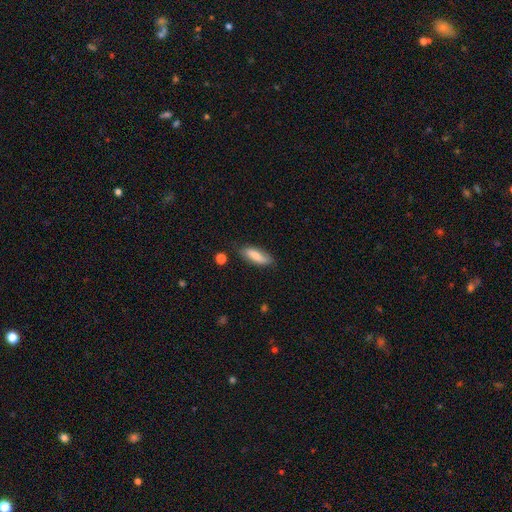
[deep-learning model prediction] Smooth or featured? Predicted: smooth (p=0.77). How rounded? Predicted: in between (p=0.65). Merging? Predicted: none (p=0.77).